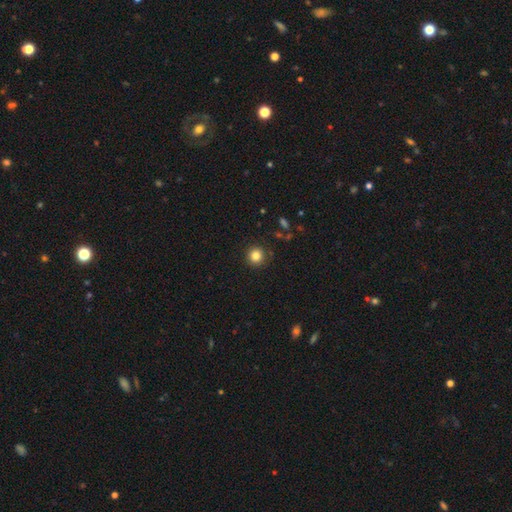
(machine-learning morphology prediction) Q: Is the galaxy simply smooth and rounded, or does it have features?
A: smooth — 84%.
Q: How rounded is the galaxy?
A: round — 94%.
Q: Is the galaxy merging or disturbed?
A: none — 90%.